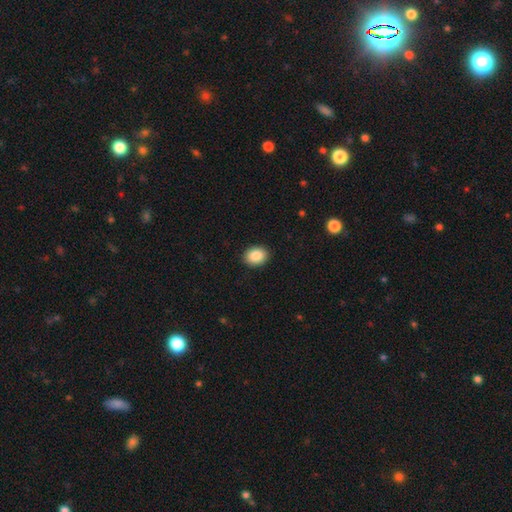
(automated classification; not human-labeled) Smooth or featured? Predicted: smooth (p=0.87). How rounded? Predicted: in between (p=0.55). Merging? Predicted: none (p=0.91).